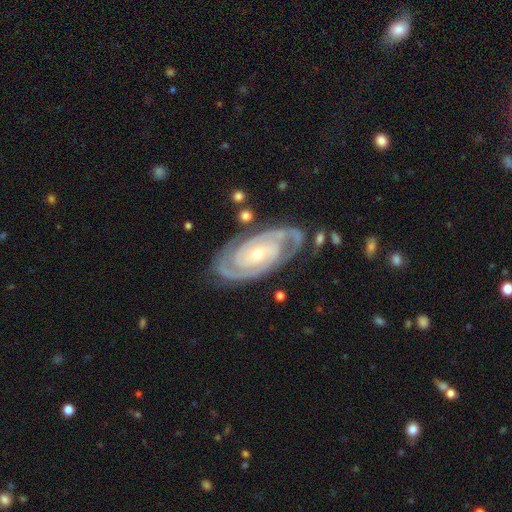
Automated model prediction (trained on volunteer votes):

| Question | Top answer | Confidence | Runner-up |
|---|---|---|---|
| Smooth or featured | featured or disk | 92% | star or artifact (4%) |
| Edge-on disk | no | 96% | yes (4%) |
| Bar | no | 63% | weak (22%) |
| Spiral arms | yes | 98% | no (2%) |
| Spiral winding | tight | 80% | medium (17%) |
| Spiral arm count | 2 | 83% | 3 (7%) |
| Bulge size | small | 66% | moderate (30%) |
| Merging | none | 81% | minor disturbance (13%) |